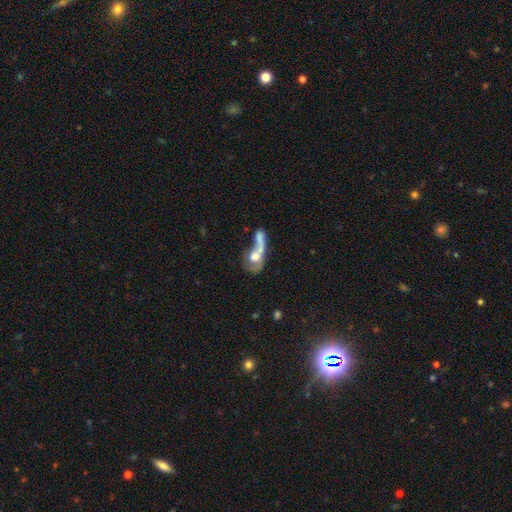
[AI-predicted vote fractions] Smooth or featured? Predicted: smooth (p=0.48). Merging? Predicted: merger (p=0.58).